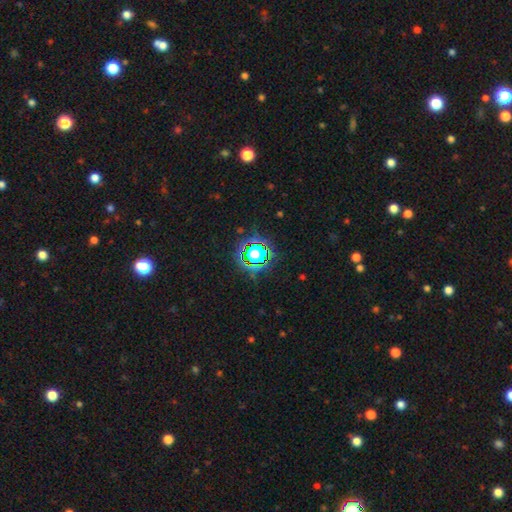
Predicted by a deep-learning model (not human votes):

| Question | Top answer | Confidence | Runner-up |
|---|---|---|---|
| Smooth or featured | star or artifact | 75% | smooth (17%) |